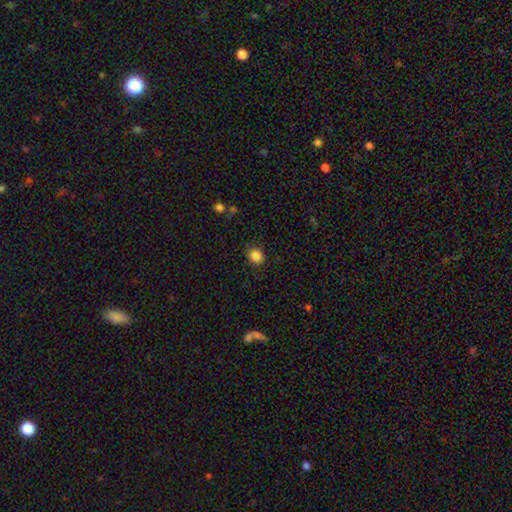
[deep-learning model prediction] smooth-or-featured: smooth: 86% | star or artifact: 11% | featured or disk: 4%
  how-rounded: round: 70% | in between: 29% | cigar-shaped: 1%
  merging: none: 86% | minor disturbance: 10% | major disturbance: 3% | merger: 1%